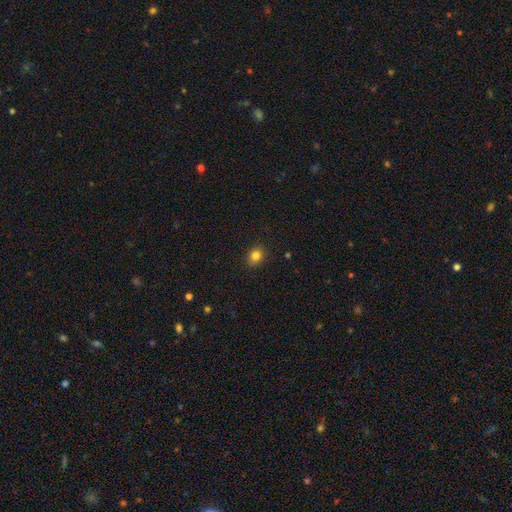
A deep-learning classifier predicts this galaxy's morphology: A smooth galaxy with no disk features (82%) that is round (56%). Merging: none (82%).